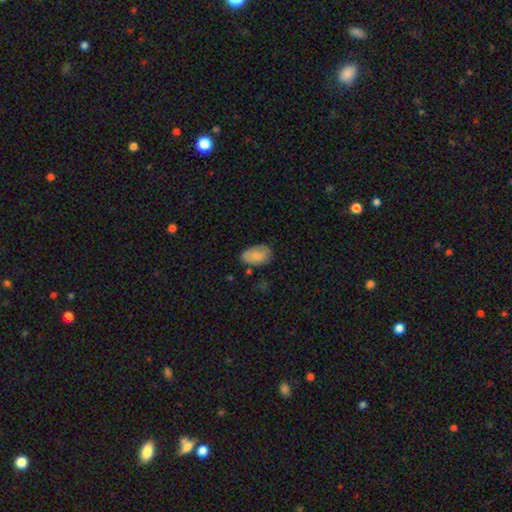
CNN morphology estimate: A smooth galaxy with no disk features (80%) that is in between round and cigar-shaped (93%). Merging: none (75%).